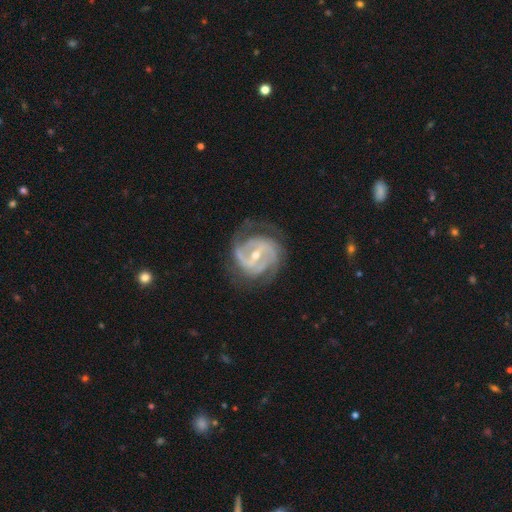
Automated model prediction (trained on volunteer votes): Smooth or featured?
  - featured or disk: 90% *
  - smooth: 5%
  - star or artifact: 5%
Edge-on disk?
  - no: 97% *
  - yes: 3%
Bar?
  - strong: 49% *
  - weak: 38%
  - no: 13%
Spiral arms?
  - yes: 96% *
  - no: 4%
Spiral winding?
  - tight: 45% *
  - medium: 43%
  - loose: 12%
Spiral arm count?
  - 2: 50% *
  - 3: 22%
  - can't tell: 14%
  - 4: 6%
  - 1: 4%
  - more than 4: 4%
Bulge size?
  - small: 52% *
  - moderate: 45%
  - large: 1%
  - none: 1%
  - dominant: 1%
Merging?
  - none: 68% *
  - minor disturbance: 19%
  - major disturbance: 12%
  - merger: 1%